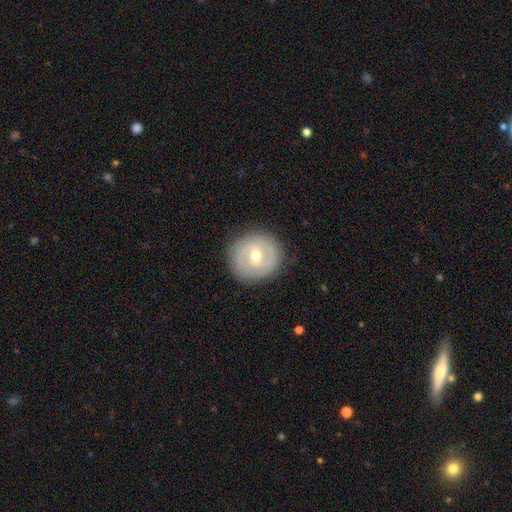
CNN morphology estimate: Smooth or featured? Predicted: featured or disk (p=0.63). Edge-on disk? Predicted: no (p=0.96). Bar? Predicted: weak (p=0.47). Spiral arms? Predicted: yes (p=0.60). Bulge size? Predicted: moderate (p=0.69). Merging? Predicted: none (p=0.86).